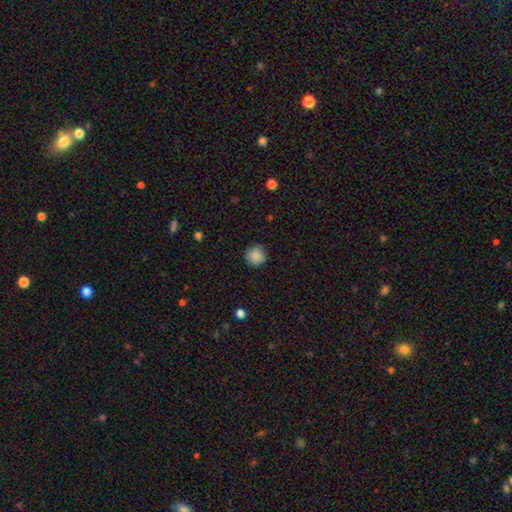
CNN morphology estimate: smooth-or-featured: smooth: 88% | star or artifact: 9% | featured or disk: 3%
  how-rounded: round: 93% | in between: 6% | cigar-shaped: 1%
  merging: none: 88% | minor disturbance: 9% | major disturbance: 2% | merger: 1%